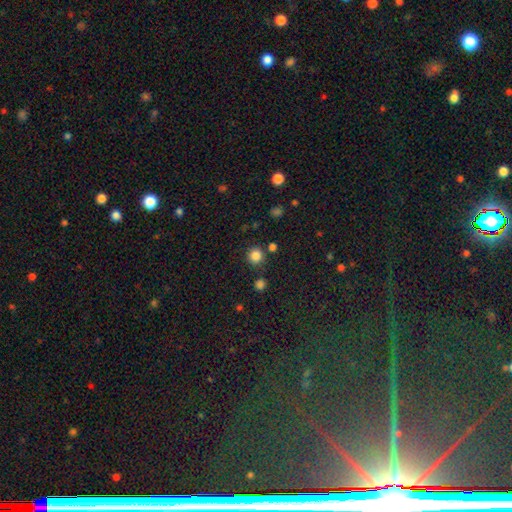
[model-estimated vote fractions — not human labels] This is clearly a smooth galaxy (83%). How rounded: clearly round (93%). Merging: clearly none (84%).